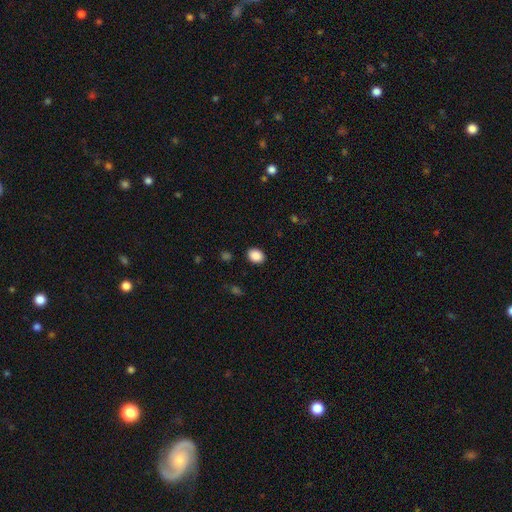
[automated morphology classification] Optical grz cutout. It shows a smooth galaxy with no disk features (89%) that is in between round and cigar-shaped (64%). Merging: none (89%).